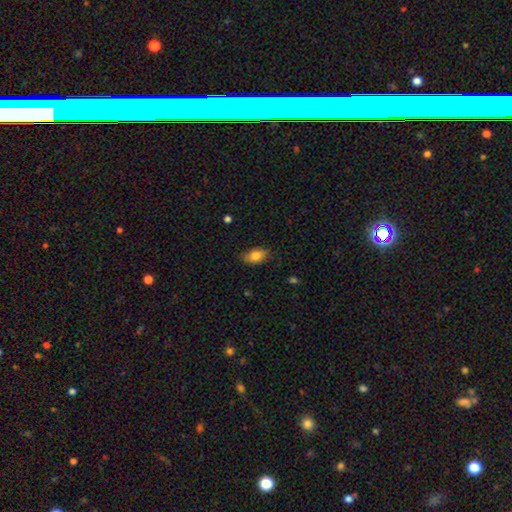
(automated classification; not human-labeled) Morphology: type=smooth (81%); roundness=in between (90%); merging=none (80%).